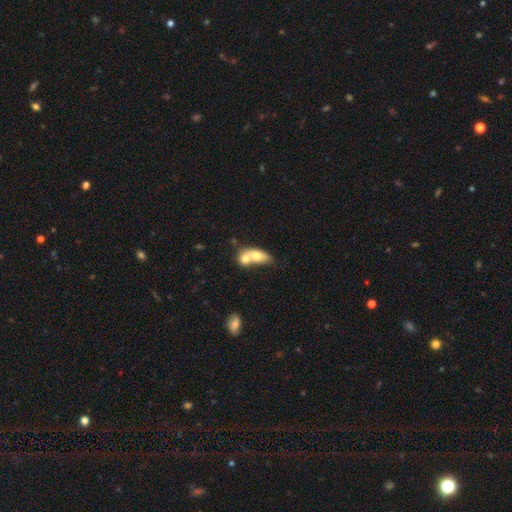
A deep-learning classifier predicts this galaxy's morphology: smooth-or-featured: smooth: 70% | featured or disk: 23% | star or artifact: 7%
  how-rounded: in between: 72% | round: 17% | cigar-shaped: 11%
  merging: merger: 70% | none: 18% | minor disturbance: 7% | major disturbance: 4%